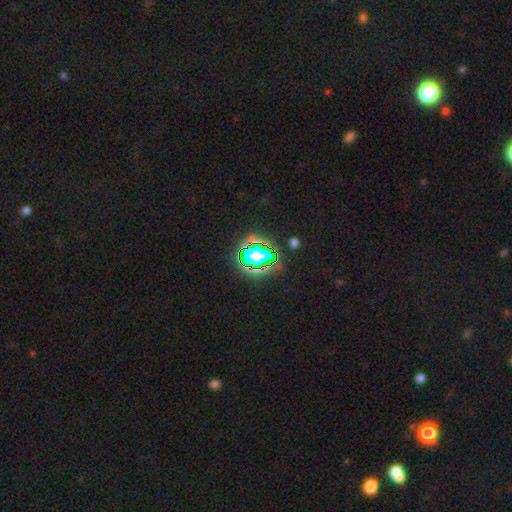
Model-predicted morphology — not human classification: Smooth or featured: star or artifact — 59% (smooth — 26%)